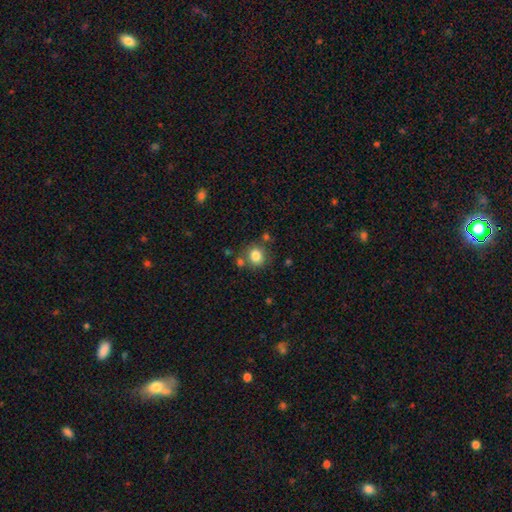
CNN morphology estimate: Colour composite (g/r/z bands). It shows a smooth galaxy with no disk features (83%) that is round (80%). Merging: none (72%).